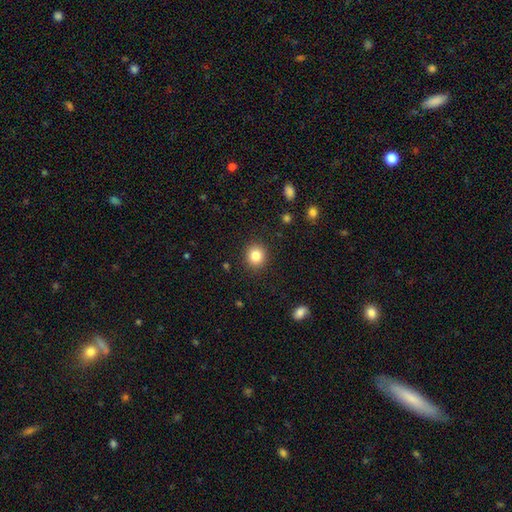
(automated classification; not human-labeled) This is clearly a smooth galaxy (84%). How rounded: clearly round (84%). Merging: clearly none (90%).